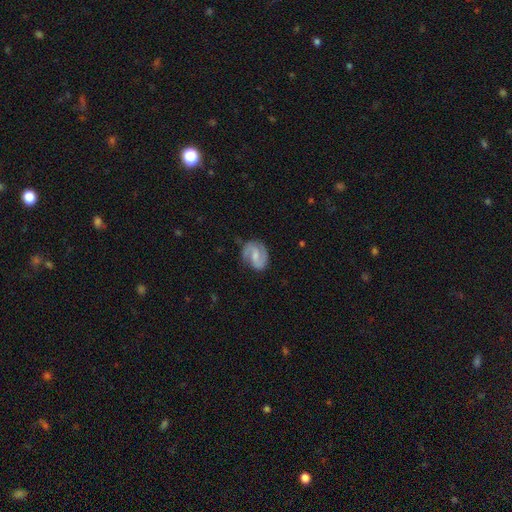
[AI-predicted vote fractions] Smooth or featured?
  - featured or disk: 79% *
  - smooth: 16%
  - star or artifact: 6%
Edge-on disk?
  - no: 98% *
  - yes: 2%
Bar?
  - weak: 53% *
  - no: 25%
  - strong: 22%
Spiral arms?
  - yes: 95% *
  - no: 5%
Spiral winding?
  - medium: 52% *
  - tight: 29%
  - loose: 19%
Spiral arm count?
  - 2: 88% *
  - can't tell: 5%
  - 1: 4%
  - 3: 1%
  - 4: 1%
  - more than 4: 1%
Bulge size?
  - small: 37% *
  - moderate: 35%
  - none: 22%
  - large: 4%
  - dominant: 1%
Merging?
  - none: 73% *
  - minor disturbance: 19%
  - major disturbance: 6%
  - merger: 2%